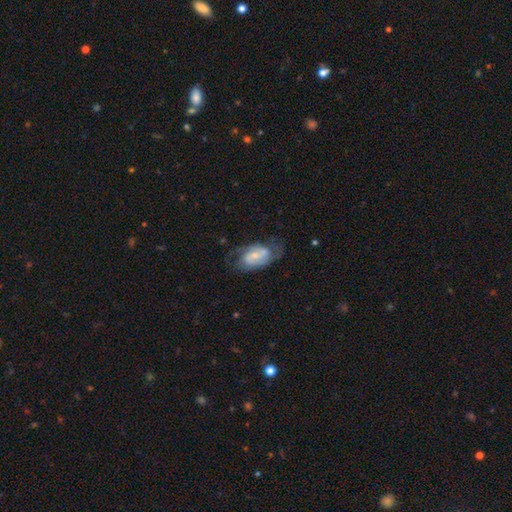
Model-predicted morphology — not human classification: This is likely a featured or disk galaxy (71%). It is clearly not viewed edge-on (96%). Bar: possibly weak (50%). Spiral arm pattern: clearly yes (88%). Spiral arm count: likely 2 (76%). Spiral winding: possibly medium (48%). Central bulge: possibly small (59%). Merging: possibly none (59%).